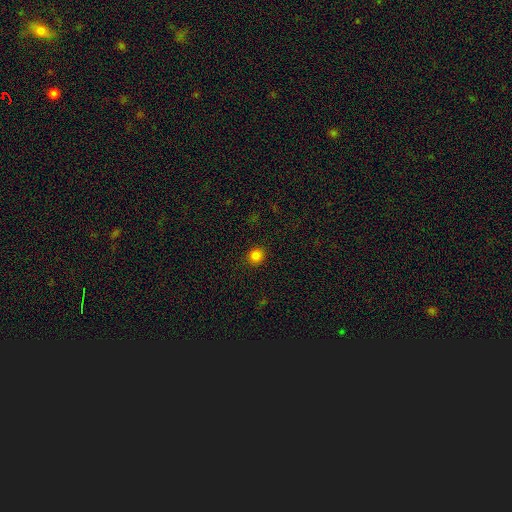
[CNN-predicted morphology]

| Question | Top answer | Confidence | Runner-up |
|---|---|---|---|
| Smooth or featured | smooth | 82% | star or artifact (14%) |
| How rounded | round | 83% | in between (16%) |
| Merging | none | 91% | minor disturbance (6%) |